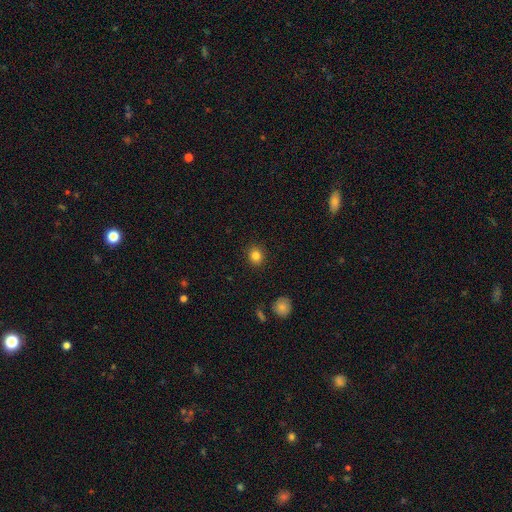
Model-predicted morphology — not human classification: A smooth galaxy with no disk features (84%) that is round (79%). Merging: none (90%).